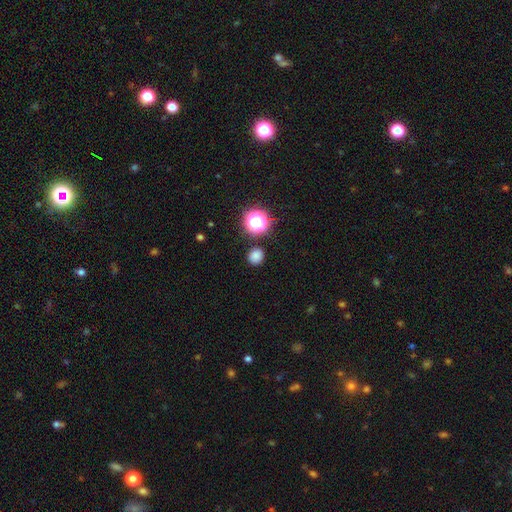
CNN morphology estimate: A smooth galaxy with no disk features (78%) that is round (88%). Merging: none (88%).